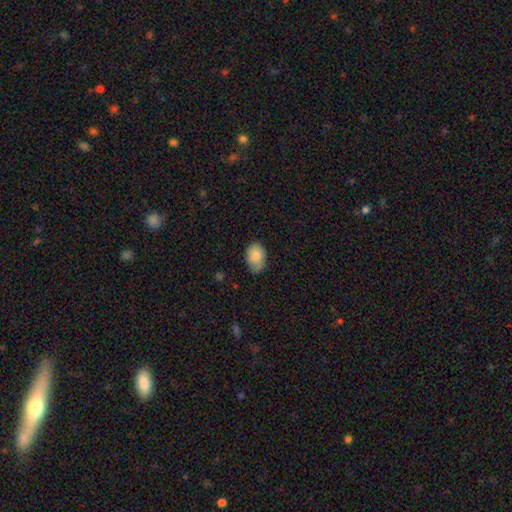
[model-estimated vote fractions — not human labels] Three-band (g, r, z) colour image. It shows a smooth galaxy with no disk features (84%) that is in between round and cigar-shaped (83%). Merging: none (67%).